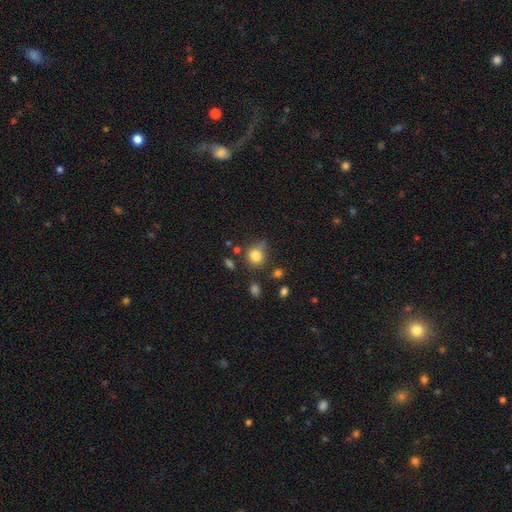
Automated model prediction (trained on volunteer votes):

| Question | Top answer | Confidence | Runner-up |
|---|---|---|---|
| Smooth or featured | smooth | 81% | star or artifact (12%) |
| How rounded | round | 77% | in between (22%) |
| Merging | none | 58% | minor disturbance (25%) |